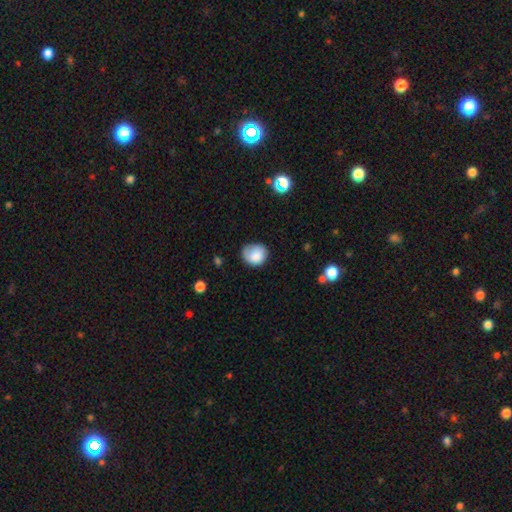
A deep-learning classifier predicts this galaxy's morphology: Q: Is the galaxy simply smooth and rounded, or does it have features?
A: smooth — 84%.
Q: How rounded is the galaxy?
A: round — 69%.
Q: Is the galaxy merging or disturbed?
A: none — 60%.